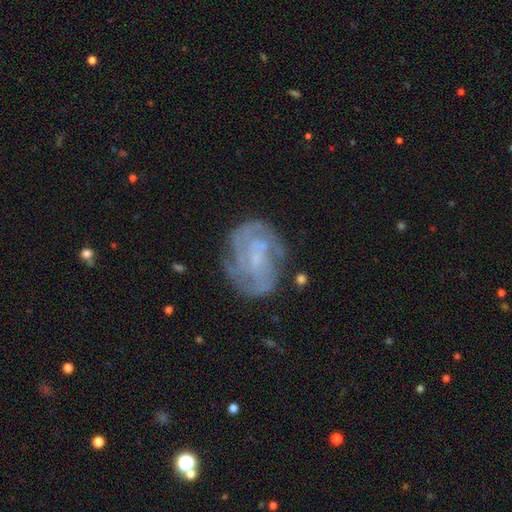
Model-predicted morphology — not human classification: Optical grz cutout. It shows a featured or disk galaxy (76%) with no bar (51%), tight (55%) spiral arms (88%) and a small central bulge (58%). Merging: none (71%).